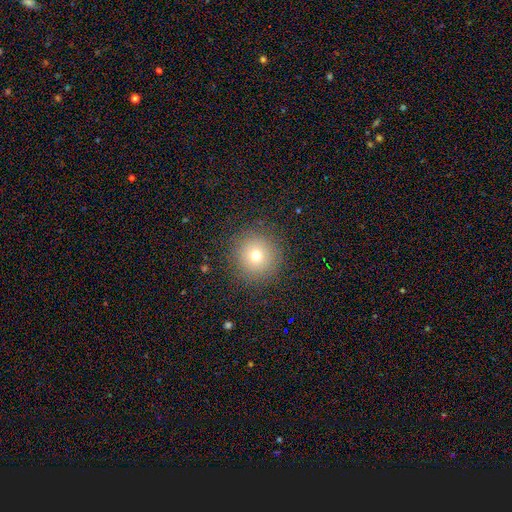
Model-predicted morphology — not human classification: Smooth or featured: smooth — 72% (star or artifact — 17%)
How rounded: round — 96% (in between — 3%)
Merging: none — 89% (minor disturbance — 6%)